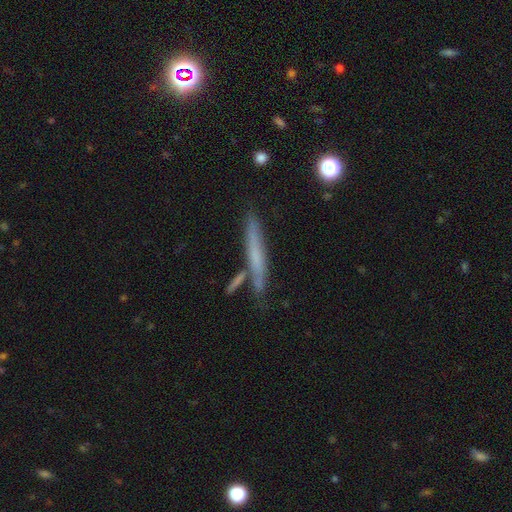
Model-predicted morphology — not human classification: Smooth or featured: smooth — 52% (featured or disk — 39%)
How rounded: cigar-shaped — 93% (in between — 5%)
Merging: none — 74% (minor disturbance — 13%)